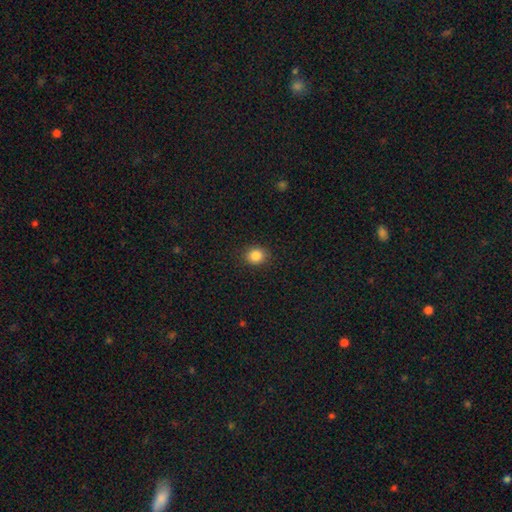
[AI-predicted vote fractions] A smooth galaxy with no disk features (85%) that is round (76%).

Vote fractions:
- Smooth or featured? smooth: 85% / star or artifact: 11% / featured or disk: 4%
- How rounded? round: 76% / in between: 23% / cigar-shaped: 1%
- Merging? none: 90% / minor disturbance: 7% / major disturbance: 2% / merger: 1%